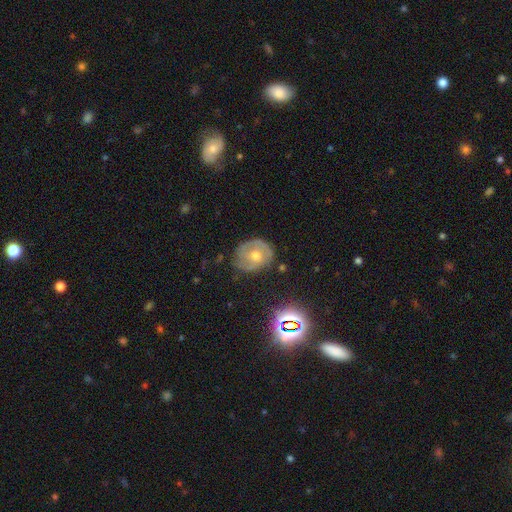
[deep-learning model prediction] Smooth or featured? Predicted: featured or disk (p=0.66). Edge-on disk? Predicted: no (p=0.96). Bar? Predicted: no (p=0.73). Spiral arms? Predicted: yes (p=0.77). Bulge size? Predicted: moderate (p=0.63). Merging? Predicted: none (p=0.69).